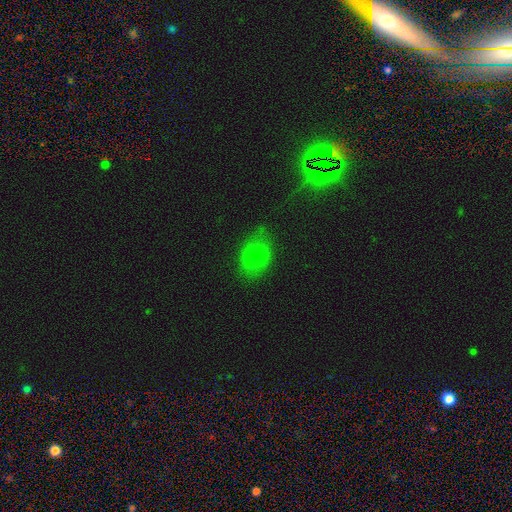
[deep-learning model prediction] Morphology: type=smooth (71%); roundness=in between (64%); merging=none (67%).